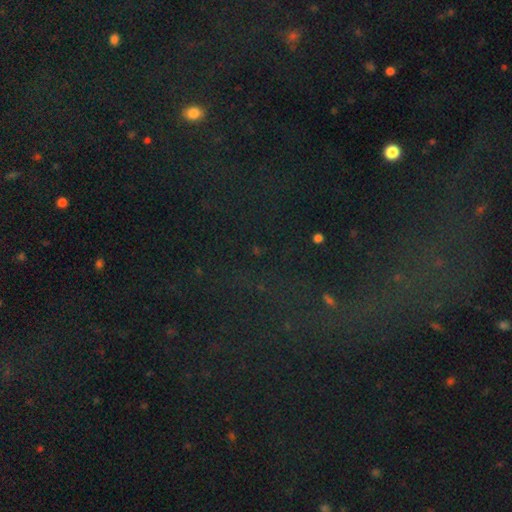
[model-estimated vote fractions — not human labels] Smooth or featured?
  - star or artifact: 76% *
  - smooth: 14%
  - featured or disk: 10%